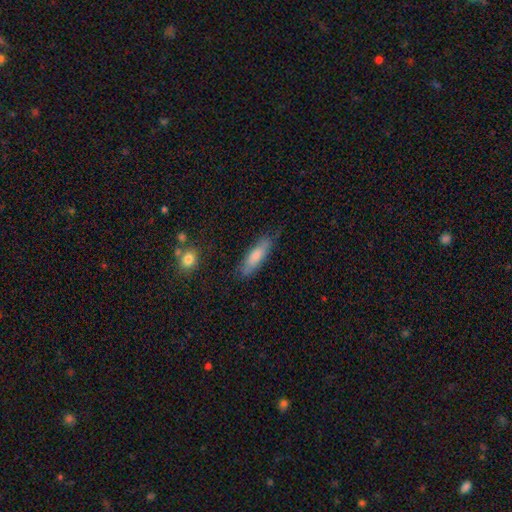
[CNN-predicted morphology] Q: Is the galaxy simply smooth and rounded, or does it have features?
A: smooth — 70%.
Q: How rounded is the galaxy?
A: cigar-shaped — 61%.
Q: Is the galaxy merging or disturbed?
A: none — 76%.